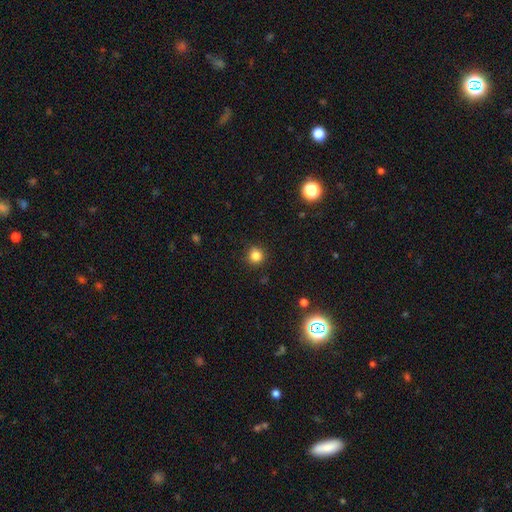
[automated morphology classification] A smooth galaxy with no disk features (84%) that is round (93%).

Vote fractions:
- Smooth or featured? smooth: 84% / star or artifact: 12% / featured or disk: 4%
- How rounded? round: 93% / in between: 6% / cigar-shaped: 1%
- Merging? none: 90% / minor disturbance: 7% / major disturbance: 2% / merger: 1%